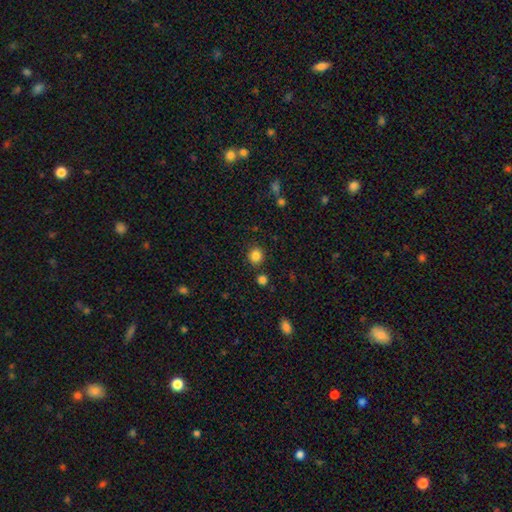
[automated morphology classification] This is clearly a smooth galaxy (84%). How rounded: clearly round (90%). Merging: clearly none (87%).